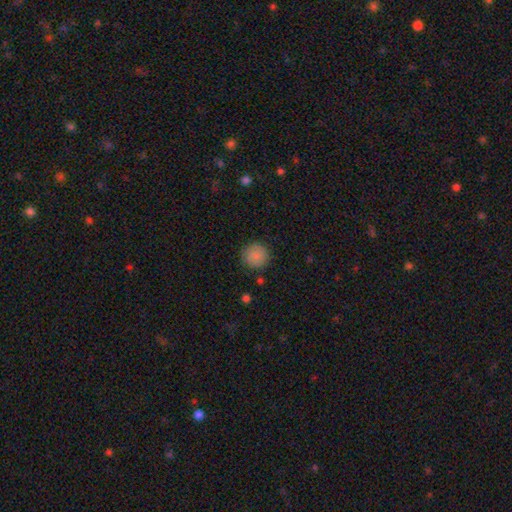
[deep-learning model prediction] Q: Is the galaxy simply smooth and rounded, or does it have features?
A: smooth — 86%.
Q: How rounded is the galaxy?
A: round — 95%.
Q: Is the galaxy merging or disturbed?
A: none — 88%.